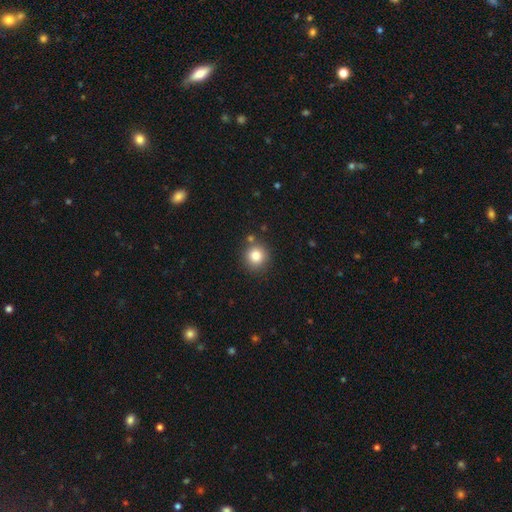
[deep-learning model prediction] Smooth or featured: smooth — 83% (star or artifact — 11%)
How rounded: round — 91% (in between — 8%)
Merging: none — 82% (minor disturbance — 9%)